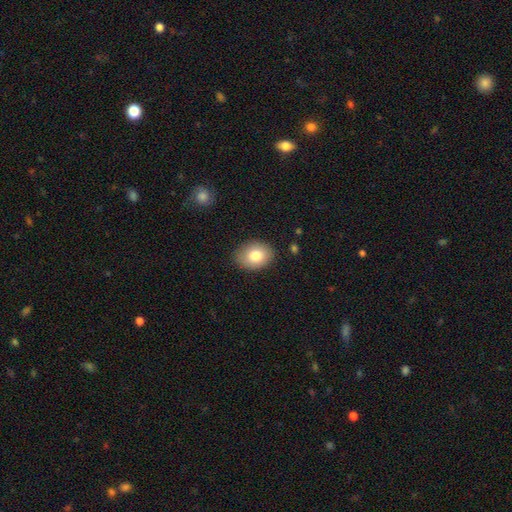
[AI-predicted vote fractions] smooth 80%, featured or disk 12%, star or artifact 8%. Down the decision tree: how rounded — in between (65%); merging — none (86%).